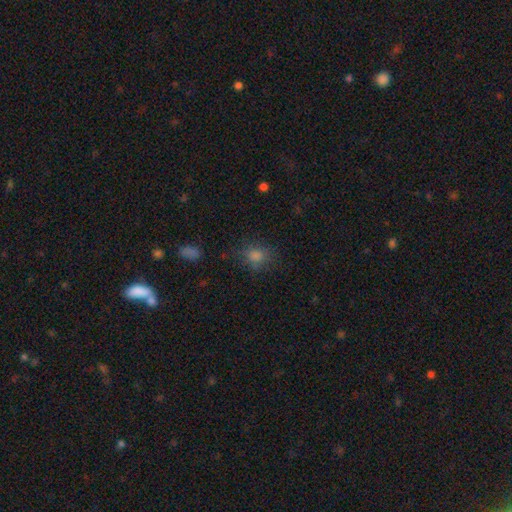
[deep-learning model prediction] Overall: smooth (75%). How rounded: round (61%; in between 38%). Merging: none (76%).